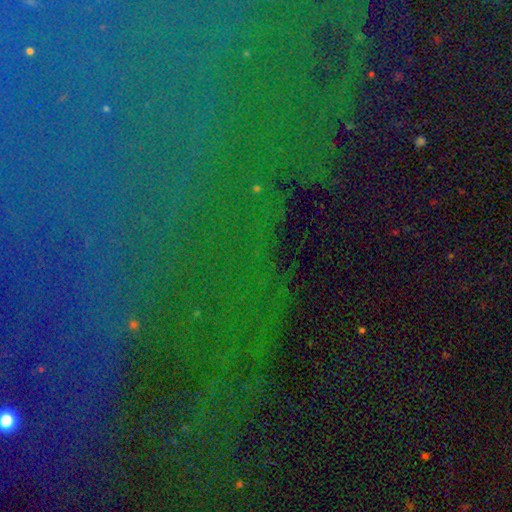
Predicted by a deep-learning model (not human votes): smooth_or_featured: star or artifact (p=0.82) [alt: featured or disk p=0.10]